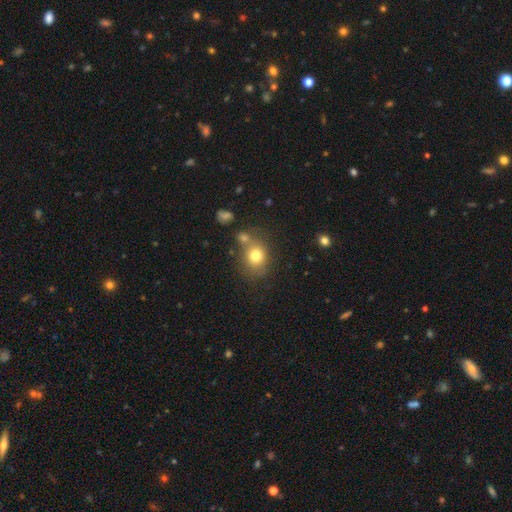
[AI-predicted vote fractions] A smooth galaxy with no disk features (77%) that is round (67%). Merging: none (59%).